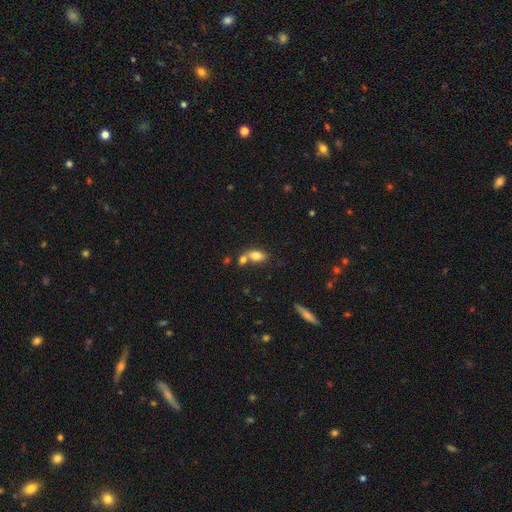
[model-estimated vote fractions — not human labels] Smooth or featured?
  - smooth: 77% *
  - featured or disk: 14%
  - star or artifact: 9%
How rounded?
  - in between: 85% *
  - round: 8%
  - cigar-shaped: 7%
Merging?
  - none: 45% *
  - merger: 39%
  - minor disturbance: 12%
  - major disturbance: 4%